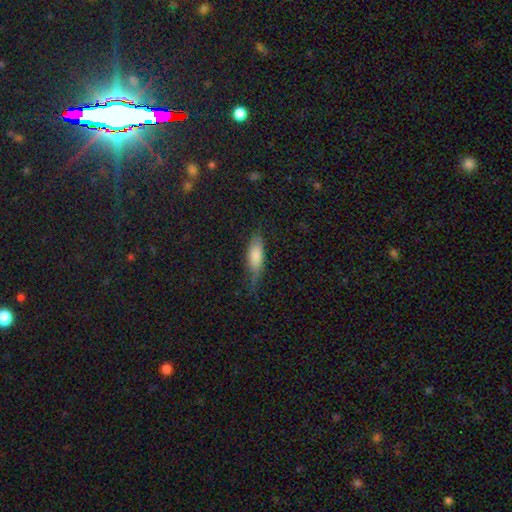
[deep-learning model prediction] This is likely a smooth galaxy (67%). How rounded: possibly cigar-shaped (49%). Merging: likely none (61%).